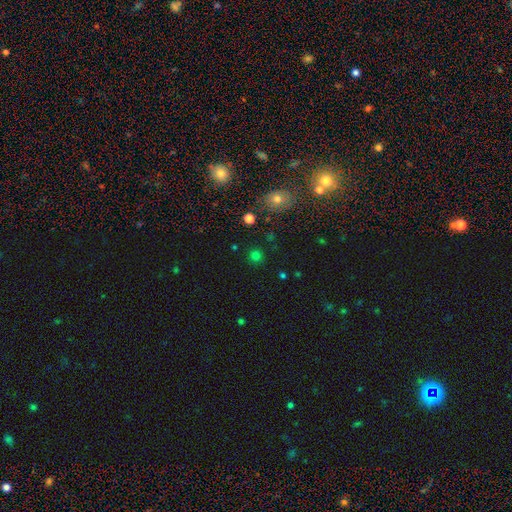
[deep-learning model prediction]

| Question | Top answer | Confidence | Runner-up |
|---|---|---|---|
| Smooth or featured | smooth | 73% | star or artifact (23%) |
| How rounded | round | 92% | in between (7%) |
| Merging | none | 89% | minor disturbance (6%) |